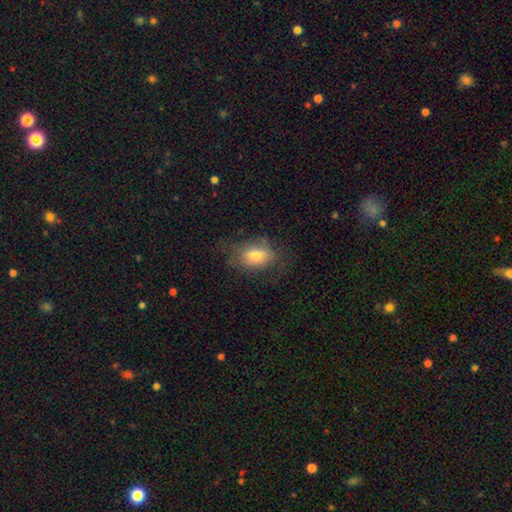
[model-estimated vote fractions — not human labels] smooth_or_featured: smooth (p=0.74) [alt: featured or disk p=0.18]
how_rounded: in between (p=0.79) [alt: round p=0.19]
merging: none (p=0.62) [alt: minor disturbance p=0.24]